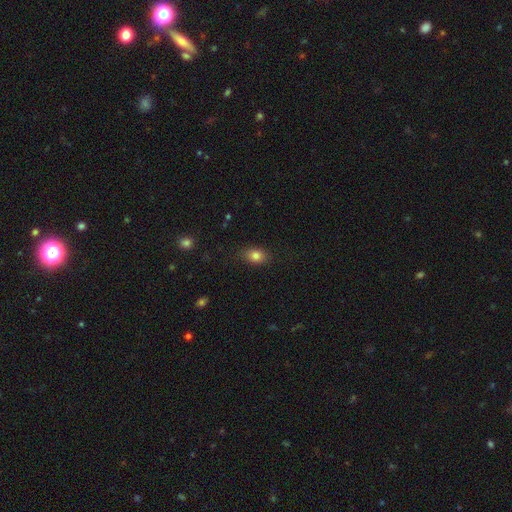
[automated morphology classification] The model was most divided on "how rounded": in between: 78%, round: 20%, cigar-shaped: 2%. More confident: merging — none (84%); smooth or featured — smooth (82%).